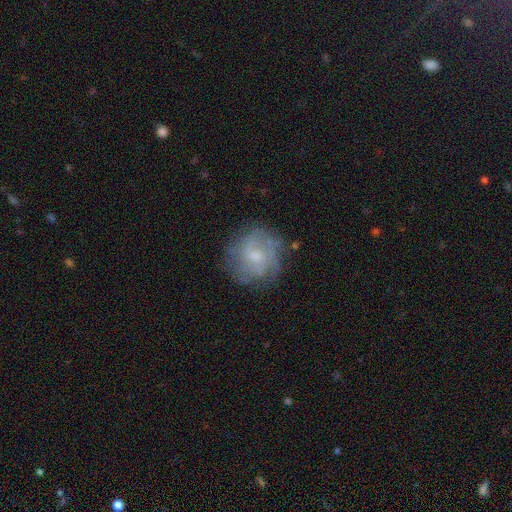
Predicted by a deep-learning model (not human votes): A featured or disk galaxy (59%) with no bar (57%), spiral arms (73%) and a small central bulge (48%). Merging: none (71%).